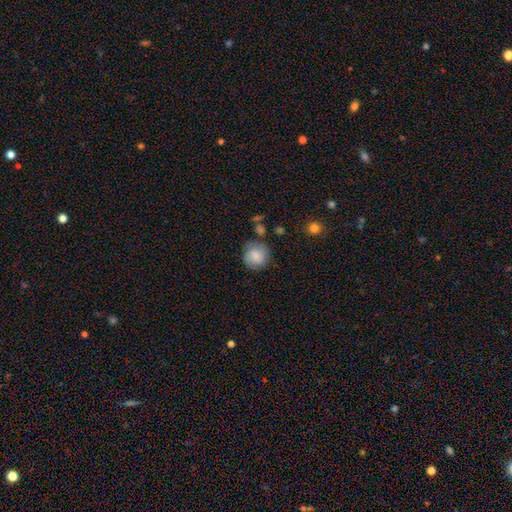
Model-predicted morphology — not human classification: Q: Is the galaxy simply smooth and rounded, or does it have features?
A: smooth — 76%.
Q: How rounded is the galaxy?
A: round — 88%.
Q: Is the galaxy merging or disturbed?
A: none — 73%.